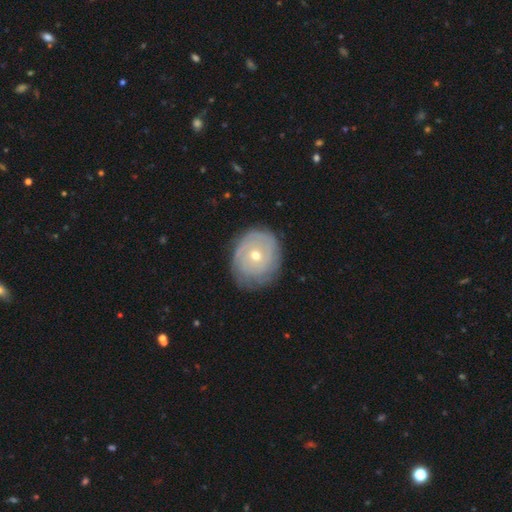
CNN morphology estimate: type=featured or disk (69%); edge-on=no (96%); bar=no (80%); spiral arms=yes (80%); winding=tight (80%); arm count=can't tell (52%); bulge=moderate (49%); merging=none (77%).